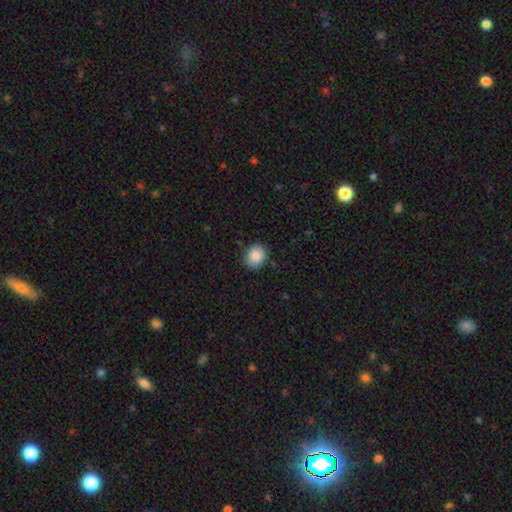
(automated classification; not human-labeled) smooth_or_featured: smooth (p=0.88) [alt: star or artifact p=0.08]
how_rounded: round (p=0.63) [alt: in between p=0.36]
merging: none (p=0.88) [alt: minor disturbance p=0.09]